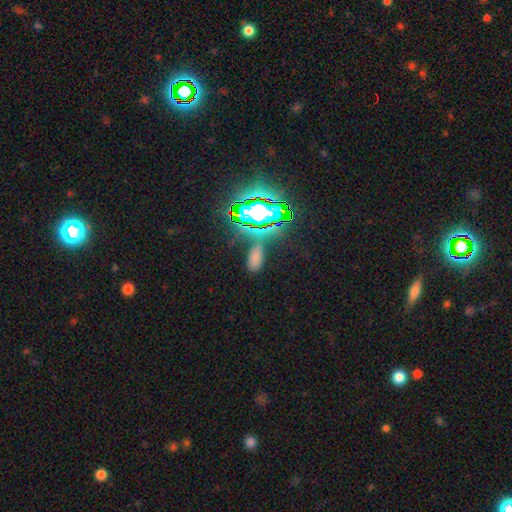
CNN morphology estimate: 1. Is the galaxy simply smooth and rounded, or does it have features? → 51% star or artifact, 37% smooth, 12% featured or disk.